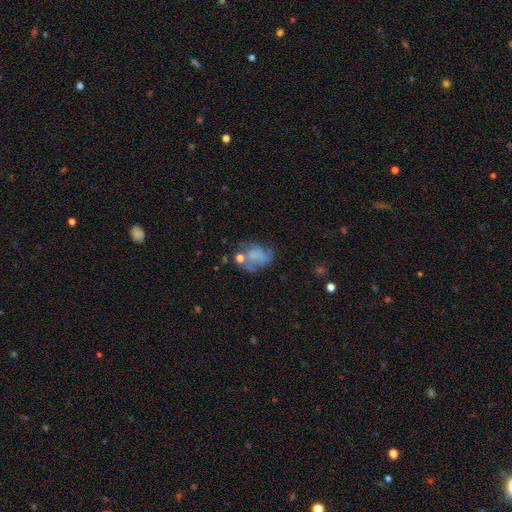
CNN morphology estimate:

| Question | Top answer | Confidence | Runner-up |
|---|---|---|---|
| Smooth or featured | smooth | 47% | featured or disk (41%) |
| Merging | none | 36% | major disturbance (27%) |